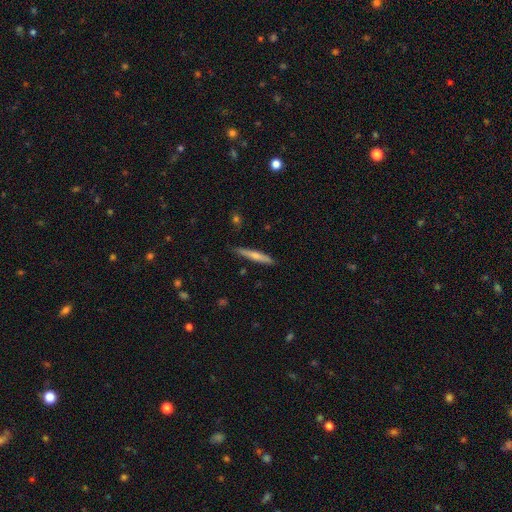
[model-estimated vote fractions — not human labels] smooth-or-featured: smooth: 55% | featured or disk: 39% | star or artifact: 6%
  how-rounded: cigar-shaped: 94% | in between: 5% | round: 1%
  merging: none: 87% | minor disturbance: 10% | major disturbance: 2% | merger: 1%